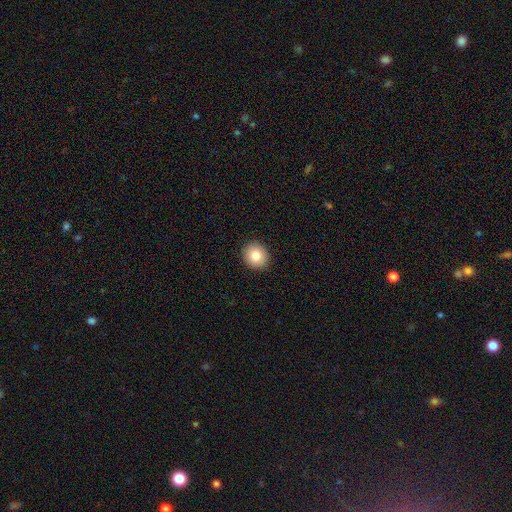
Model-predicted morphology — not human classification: Smooth or featured? Predicted: smooth (p=0.83). How rounded? Predicted: round (p=0.80). Merging? Predicted: none (p=0.92).